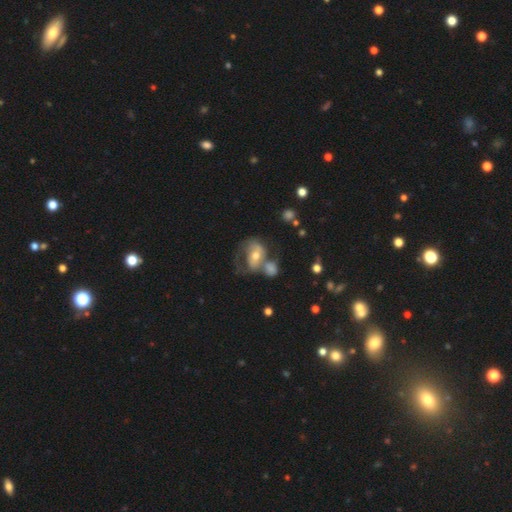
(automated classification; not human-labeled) Smooth or featured? Predicted: featured or disk (p=0.64). Edge-on disk? Predicted: no (p=0.95). Bar? Predicted: no (p=0.49). Spiral arms? Predicted: yes (p=0.68). Bulge size? Predicted: moderate (p=0.60). Merging? Predicted: merger (p=0.38).